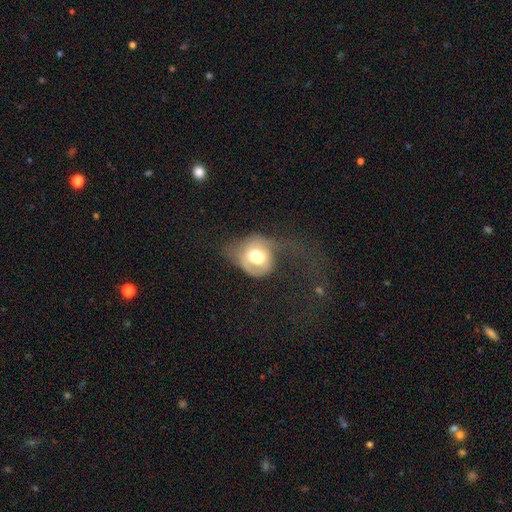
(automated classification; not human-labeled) The model was most divided on "smooth or featured": smooth: 50%, featured or disk: 41%, star or artifact: 8%. More confident: how rounded — round (63%); merging — major disturbance (53%).